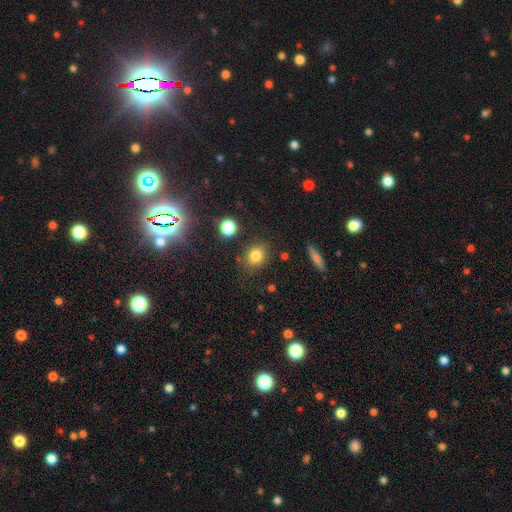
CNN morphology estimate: Q: Smooth or featured?
A: smooth (80%); runner-up: star or artifact (12%)
Q: How rounded?
A: round (63%); runner-up: in between (35%)
Q: Merging?
A: none (81%); runner-up: minor disturbance (11%)